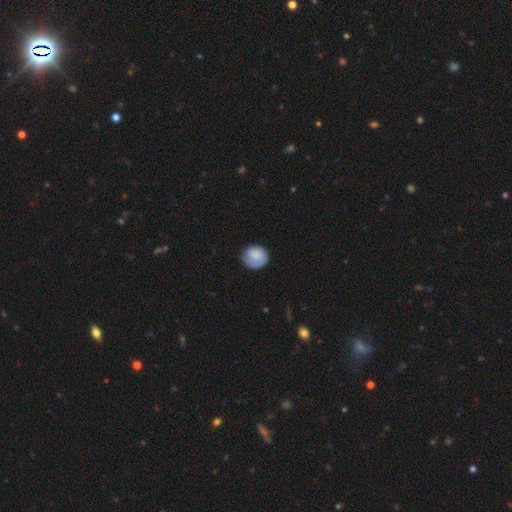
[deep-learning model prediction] This is likely a smooth galaxy (76%). How rounded: likely round (71%). Merging: likely none (67%).